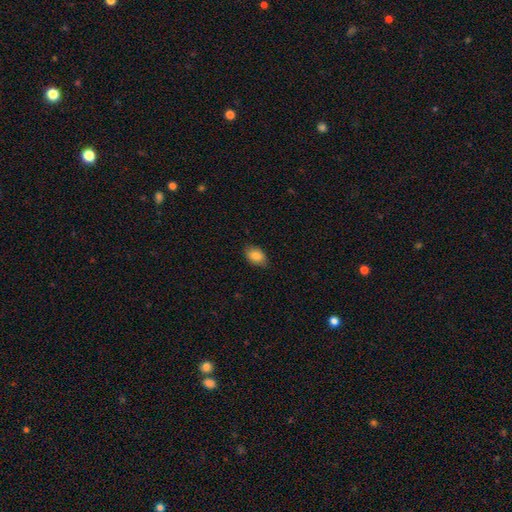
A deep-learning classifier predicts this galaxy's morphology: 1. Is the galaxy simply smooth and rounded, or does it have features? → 84% smooth, 9% featured or disk, 8% star or artifact.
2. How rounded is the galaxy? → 86% in between, 12% round, 1% cigar-shaped.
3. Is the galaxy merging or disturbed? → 82% none, 14% minor disturbance, 3% major disturbance, 1% merger.